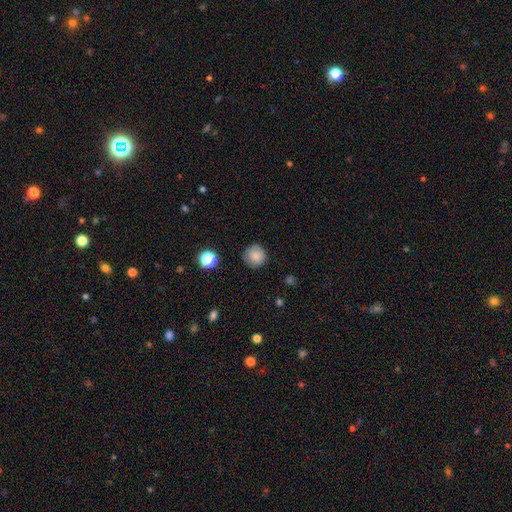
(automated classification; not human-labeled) The model was most divided on "merging": none: 84%, minor disturbance: 12%, major disturbance: 3%, merger: 1%. More confident: how rounded — round (94%); smooth or featured — smooth (84%).